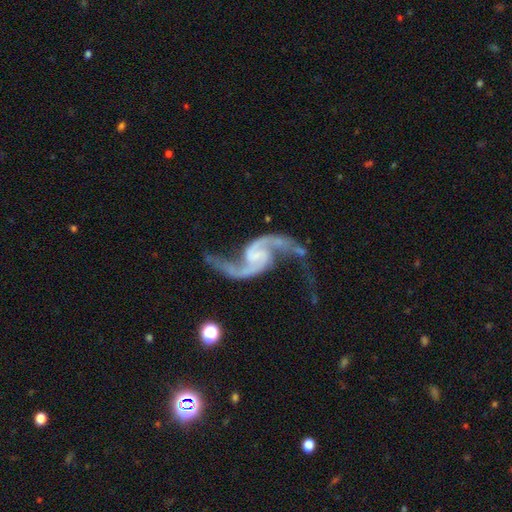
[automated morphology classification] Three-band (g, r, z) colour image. It shows a featured or disk galaxy (94%) with no bar (45%), 2 (94%) loose (75%) spiral arms (98%) and no central bulge (49%). Merging: none (63%).